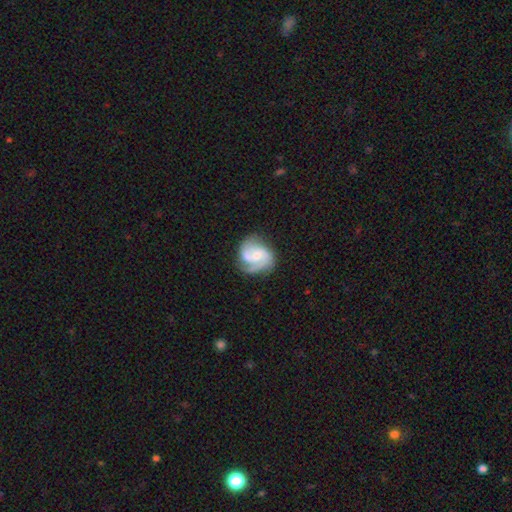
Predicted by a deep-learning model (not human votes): A featured or disk galaxy (81%) with no bar (56%), 2 (62%) medium (48%) spiral arms (95%) and a moderate central bulge (51%). Merging: none (64%).